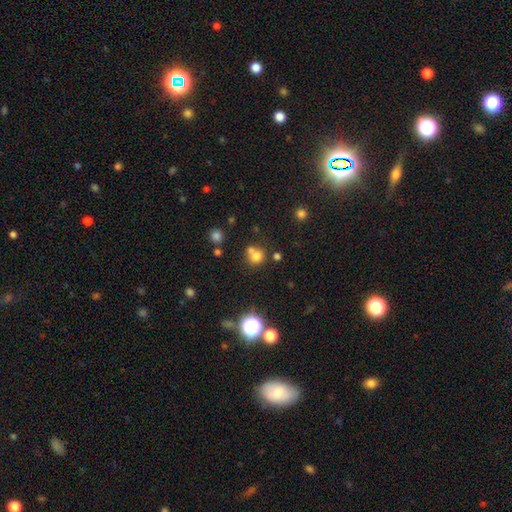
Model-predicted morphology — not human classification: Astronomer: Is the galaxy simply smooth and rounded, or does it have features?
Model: smooth — 72%.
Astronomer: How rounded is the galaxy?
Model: round — 84%.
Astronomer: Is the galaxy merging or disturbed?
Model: none — 50% (runner-up: merger, 36%).